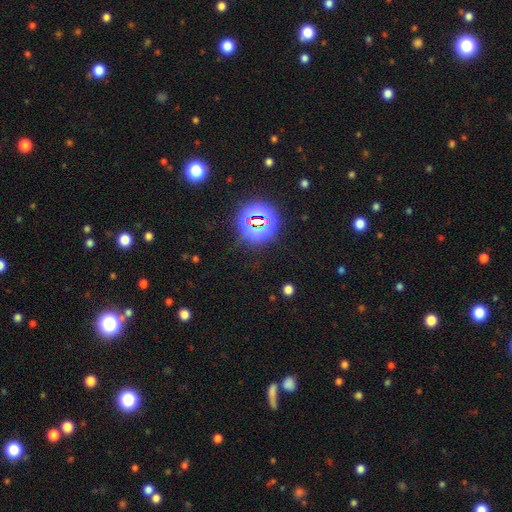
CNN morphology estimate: smooth_or_featured: star or artifact (p=0.81) [alt: smooth p=0.12]